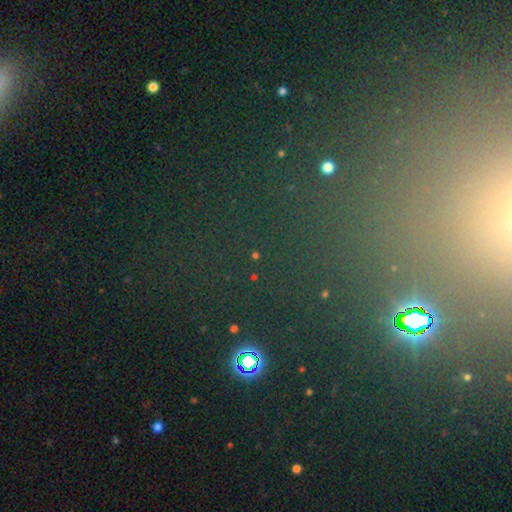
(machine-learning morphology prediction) smooth-or-featured: star or artifact: 71% | smooth: 20% | featured or disk: 10%